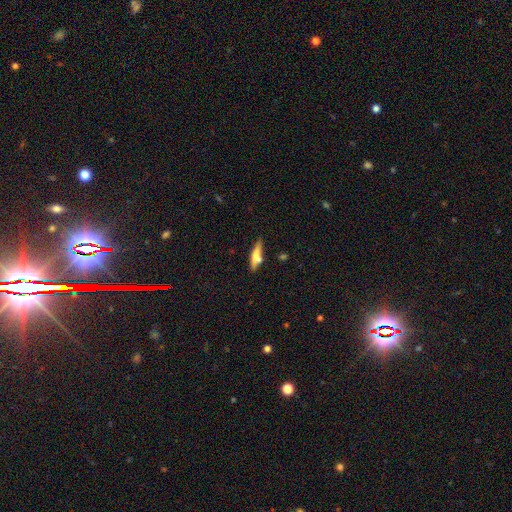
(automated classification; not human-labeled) Q: Smooth or featured?
A: smooth (59%); runner-up: featured or disk (34%)
Q: How rounded?
A: cigar-shaped (78%); runner-up: in between (20%)
Q: Merging?
A: none (67%); runner-up: minor disturbance (17%)